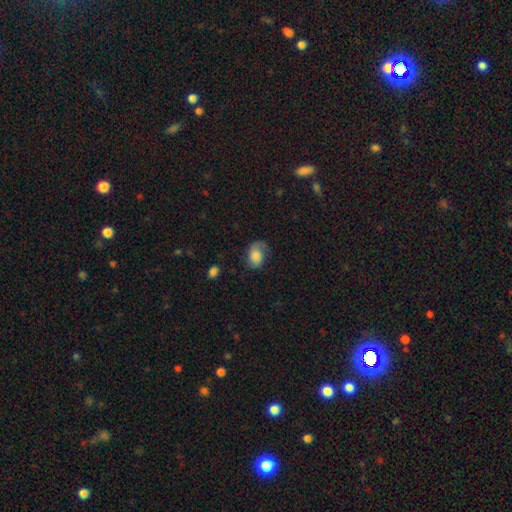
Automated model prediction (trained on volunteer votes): Smooth or featured: smooth — 61% (featured or disk — 30%)
How rounded: in between — 71% (round — 28%)
Merging: none — 46% (minor disturbance — 31%)